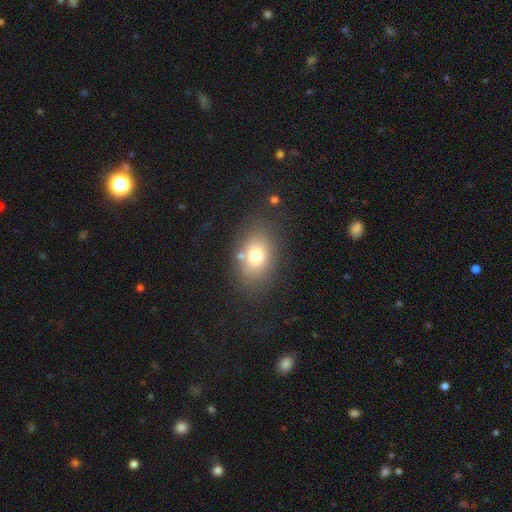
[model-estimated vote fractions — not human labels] This appears to be a smooth galaxy with no disk features (73%) that is in between round and cigar-shaped (71%). Merging: none (75%).